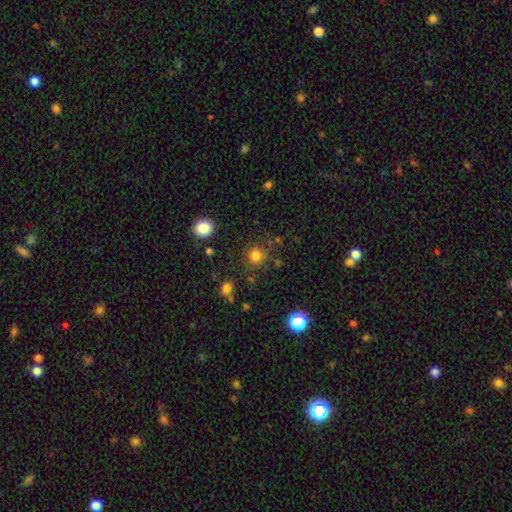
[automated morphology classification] Smooth or featured: smooth — 80% (star or artifact — 15%)
How rounded: round — 90% (in between — 9%)
Merging: none — 81% (minor disturbance — 10%)